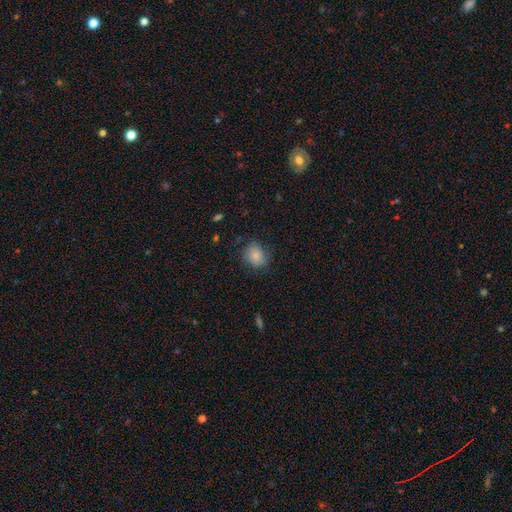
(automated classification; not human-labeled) The model was most divided on "how rounded": round: 65%, in between: 34%, cigar-shaped: 1%. More confident: smooth or featured — smooth (83%); merging — none (77%).